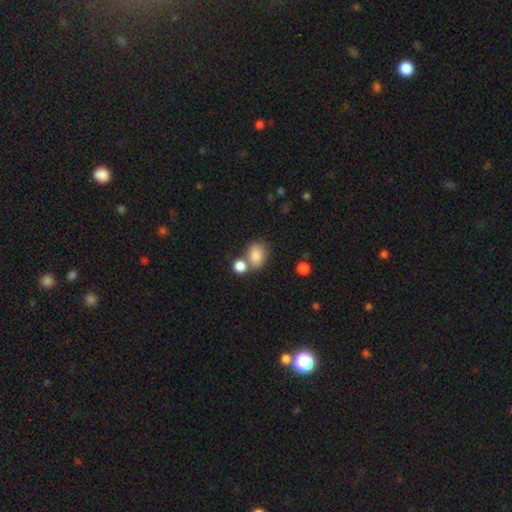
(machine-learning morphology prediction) smooth-or-featured: smooth: 83% | star or artifact: 9% | featured or disk: 7%
  how-rounded: in between: 63% | round: 36% | cigar-shaped: 1%
  merging: none: 53% | merger: 29% | minor disturbance: 13% | major disturbance: 5%